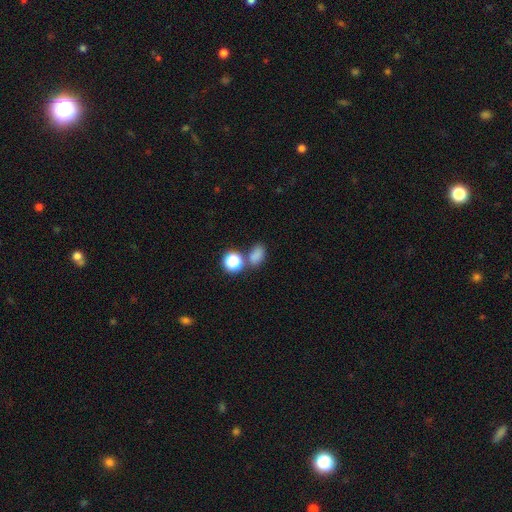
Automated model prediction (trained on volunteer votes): Morphology: type=smooth (76%); roundness=in between (70%); merging=none (55%).